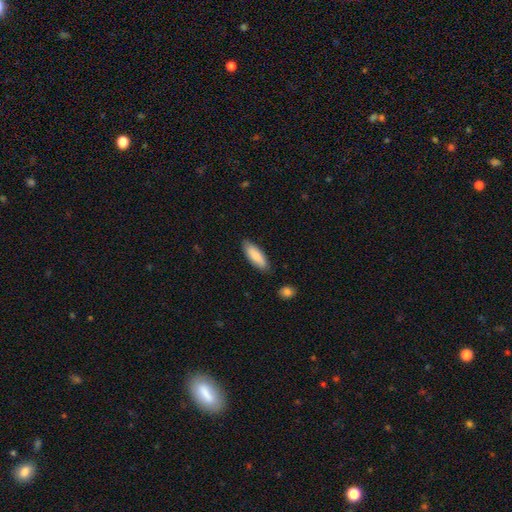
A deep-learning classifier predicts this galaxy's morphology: A smooth galaxy with no disk features (85%) that is in between round and cigar-shaped (62%). Merging: none (85%).